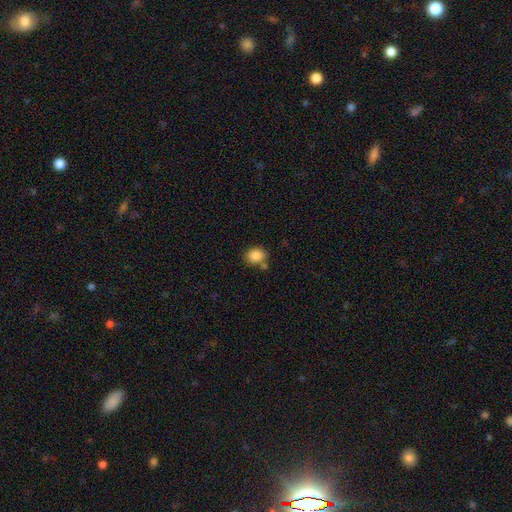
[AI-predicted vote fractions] This is clearly a smooth galaxy (86%). How rounded: possibly round (56%). Merging: likely none (67%).